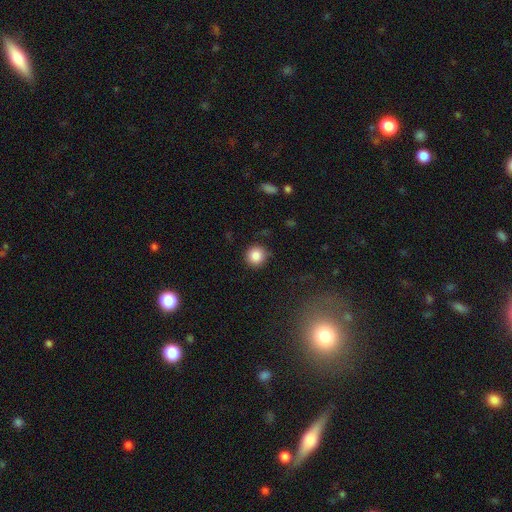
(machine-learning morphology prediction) The model was most divided on "smooth or featured": smooth: 85%, star or artifact: 10%, featured or disk: 5%. More confident: how rounded — round (94%); merging — none (87%).